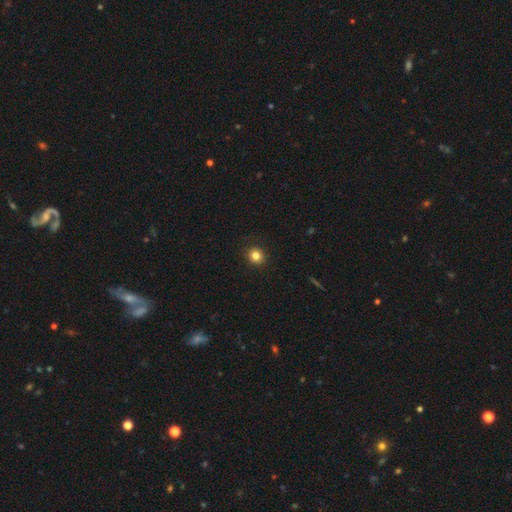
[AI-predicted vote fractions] A smooth galaxy with no disk features (83%) that is round (88%).

Vote fractions:
- Smooth or featured? smooth: 83% / star or artifact: 12% / featured or disk: 5%
- How rounded? round: 88% / in between: 11% / cigar-shaped: 1%
- Merging? none: 92% / minor disturbance: 6% / major disturbance: 2% / merger: 1%